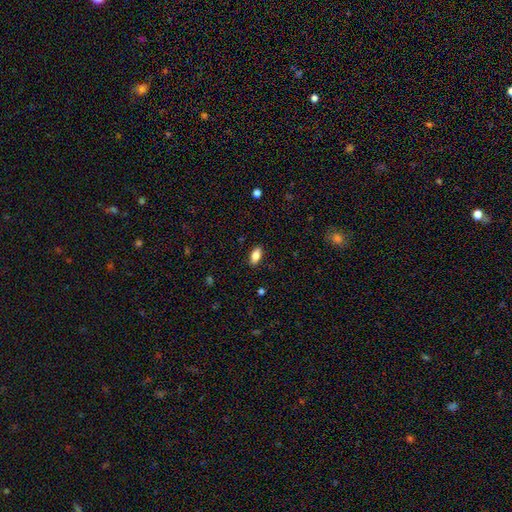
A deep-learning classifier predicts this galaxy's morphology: This is clearly a smooth galaxy (84%). How rounded: clearly in between (89%). Merging: clearly none (88%).